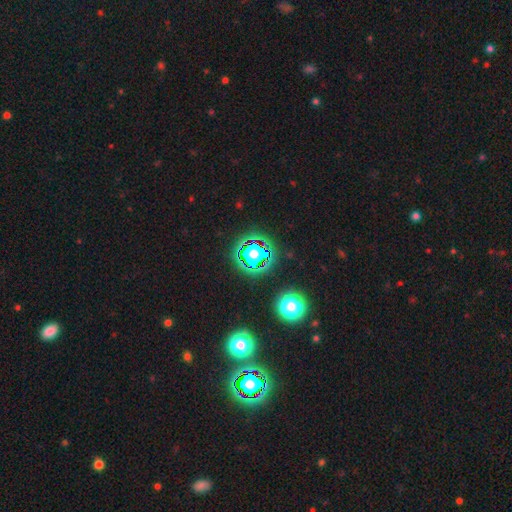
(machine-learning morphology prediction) smooth-or-featured: star or artifact: 80% | smooth: 13% | featured or disk: 7%